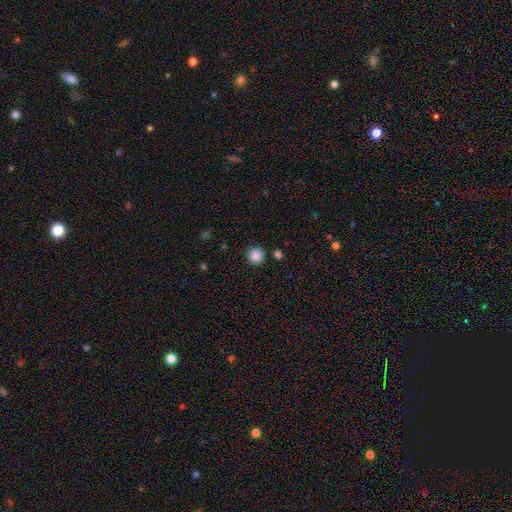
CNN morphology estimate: Smooth or featured? smooth (87%)
How rounded? round (95%)
Merging? none (88%)